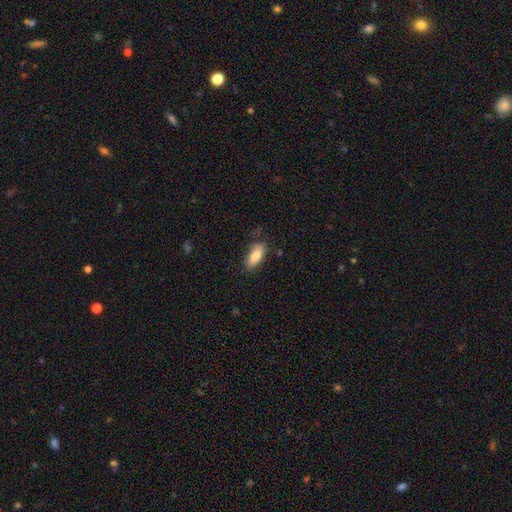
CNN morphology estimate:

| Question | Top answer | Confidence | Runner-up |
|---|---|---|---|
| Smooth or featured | smooth | 82% | featured or disk (11%) |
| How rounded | in between | 84% | cigar-shaped (13%) |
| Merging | none | 77% | minor disturbance (18%) |